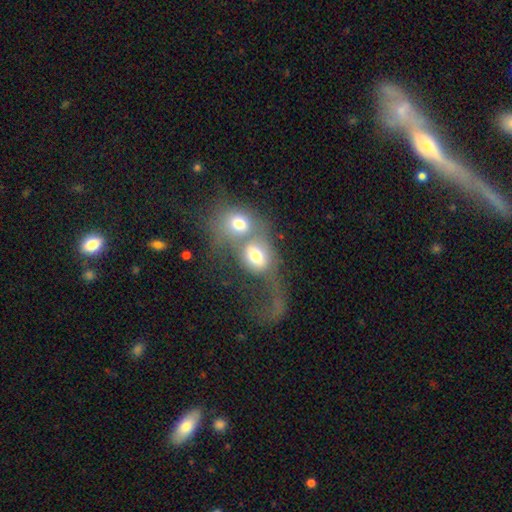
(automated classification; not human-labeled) Smooth or featured? Predicted: smooth (p=0.60). How rounded? Predicted: round (p=0.54). Merging? Predicted: merger (p=0.76).